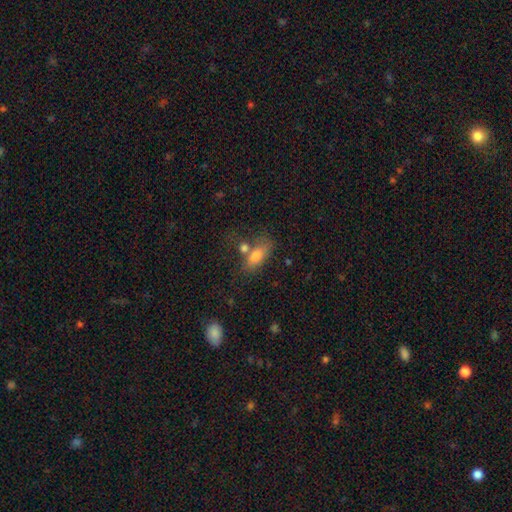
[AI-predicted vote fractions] Smooth or featured? Predicted: smooth (p=0.76). How rounded? Predicted: in between (p=0.80). Merging? Predicted: none (p=0.46).